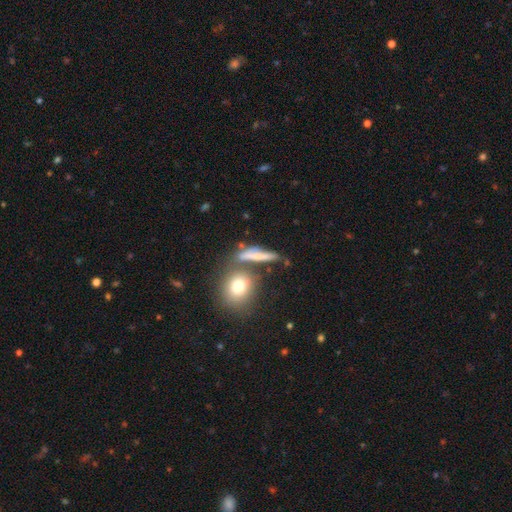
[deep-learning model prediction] Smooth or featured: smooth — 57% (featured or disk — 30%)
How rounded: cigar-shaped — 57% (in between — 24%)
Merging: none — 53% (merger — 19%)